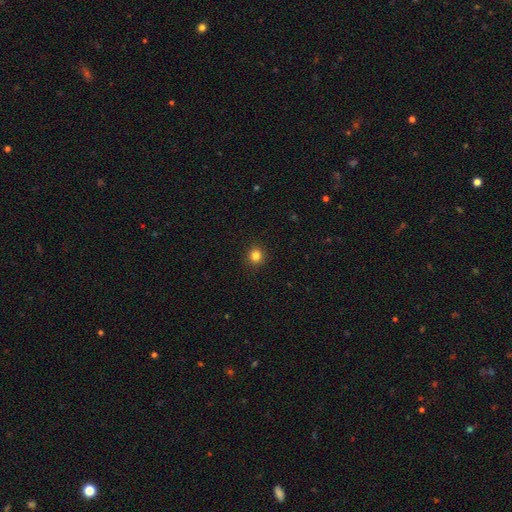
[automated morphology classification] Q: Smooth or featured?
A: smooth (83%); runner-up: star or artifact (13%)
Q: How rounded?
A: round (91%); runner-up: in between (8%)
Q: Merging?
A: none (92%); runner-up: minor disturbance (5%)